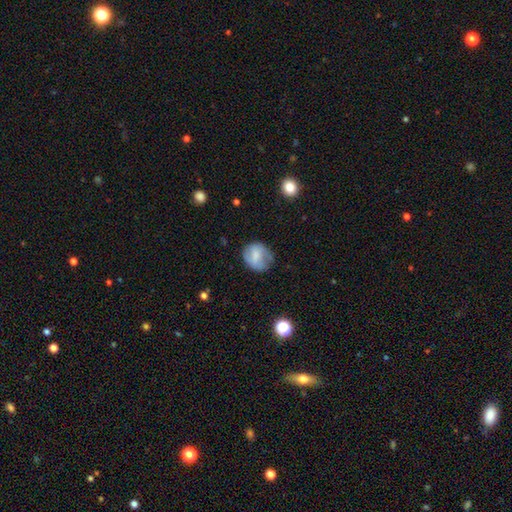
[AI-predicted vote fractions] smooth 64%, featured or disk 28%, star or artifact 8%. Down the decision tree: how rounded — round (70%); merging — none (59%).